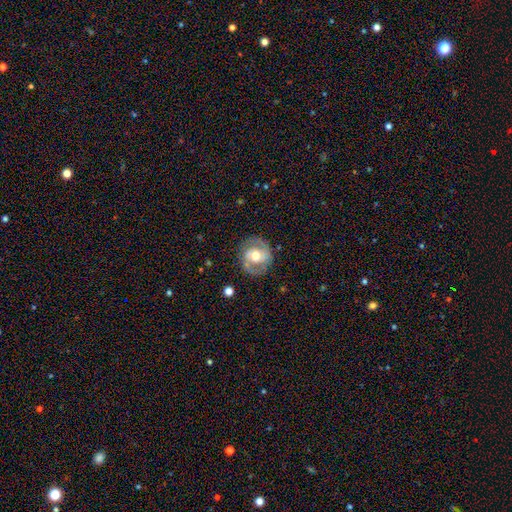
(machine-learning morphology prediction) type=featured or disk (73%); edge-on=no (97%); bar=no (42%); spiral arms=yes (80%); winding=medium (50%); arm count=2 (87%); bulge=moderate (69%); merging=none (82%).